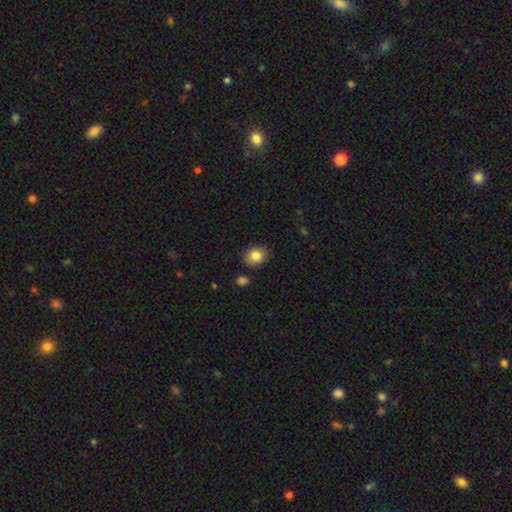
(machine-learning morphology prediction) A smooth galaxy with no disk features (84%) that is round (59%).

Vote fractions:
- Smooth or featured? smooth: 84% / star or artifact: 9% / featured or disk: 8%
- How rounded? round: 59% / in between: 40% / cigar-shaped: 1%
- Merging? none: 85% / minor disturbance: 11% / merger: 3% / major disturbance: 2%